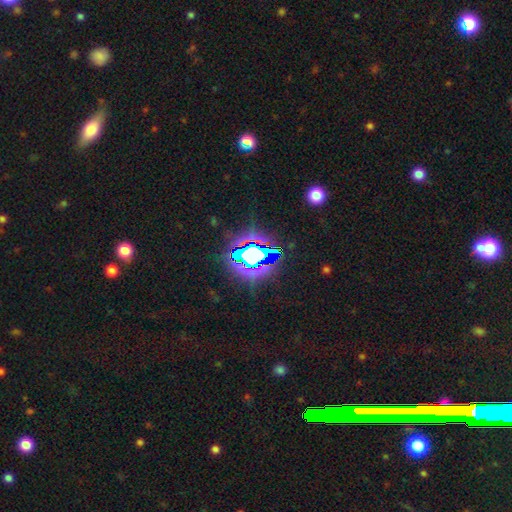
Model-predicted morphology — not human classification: This is likely a star or artifact rather than a galaxy (72%).